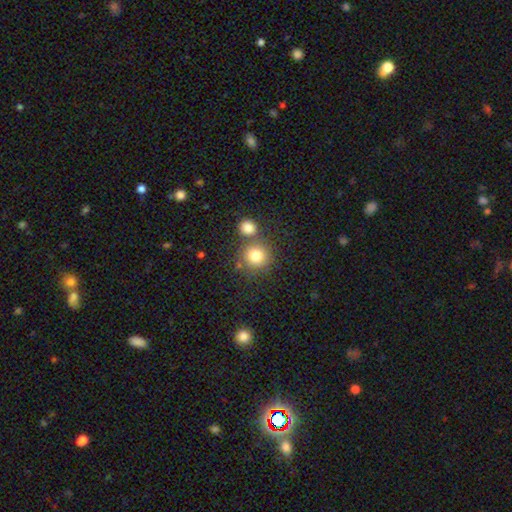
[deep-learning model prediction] smooth 80%, star or artifact 11%, featured or disk 9%. Down the decision tree: how rounded — round (91%); merging — none (65%).